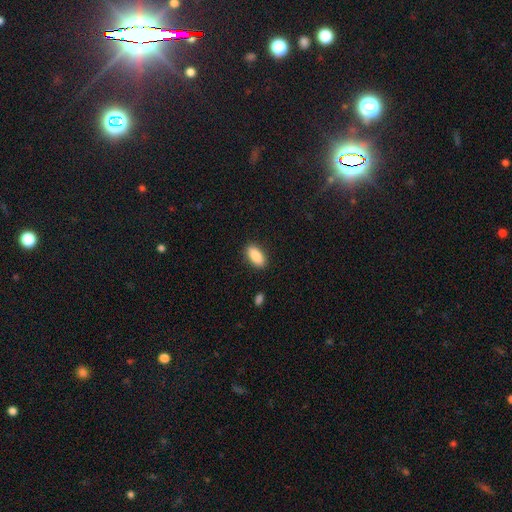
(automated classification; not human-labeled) Smooth or featured: smooth — 87% (star or artifact — 7%)
How rounded: in between — 89% (cigar-shaped — 8%)
Merging: none — 88% (minor disturbance — 8%)